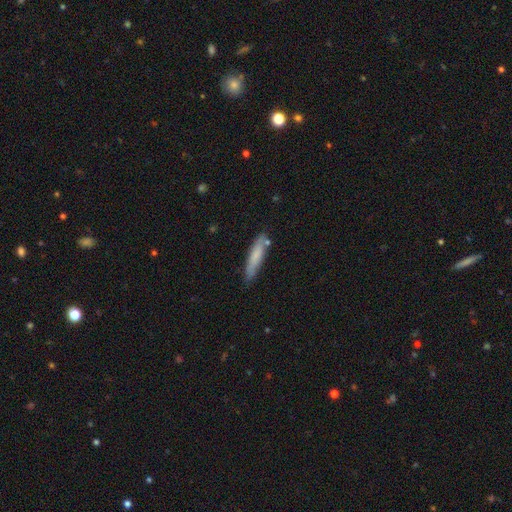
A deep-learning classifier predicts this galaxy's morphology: This appears to be a smooth galaxy with no disk features (72%) that is cigar-shaped (86%). Merging: none (73%).